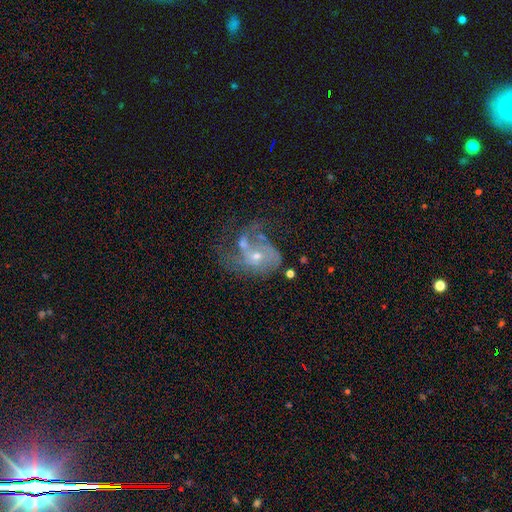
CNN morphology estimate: Smooth or featured?
  - featured or disk: 71% *
  - smooth: 19%
  - star or artifact: 10%
Edge-on disk?
  - no: 98% *
  - yes: 2%
Bar?
  - no: 75% *
  - weak: 21%
  - strong: 4%
Spiral arms?
  - yes: 69% *
  - no: 31%
Bulge size?
  - small: 52% *
  - moderate: 41%
  - none: 4%
  - large: 2%
  - dominant: 1%
Merging?
  - major disturbance: 35% *
  - merger: 25%
  - none: 25%
  - minor disturbance: 16%